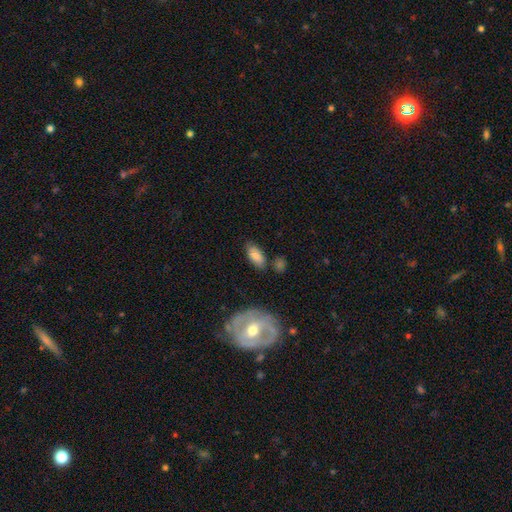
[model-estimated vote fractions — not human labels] Smooth or featured?
  - smooth: 81% *
  - featured or disk: 12%
  - star or artifact: 7%
How rounded?
  - in between: 89% *
  - cigar-shaped: 8%
  - round: 3%
Merging?
  - none: 75% *
  - minor disturbance: 15%
  - merger: 6%
  - major disturbance: 4%